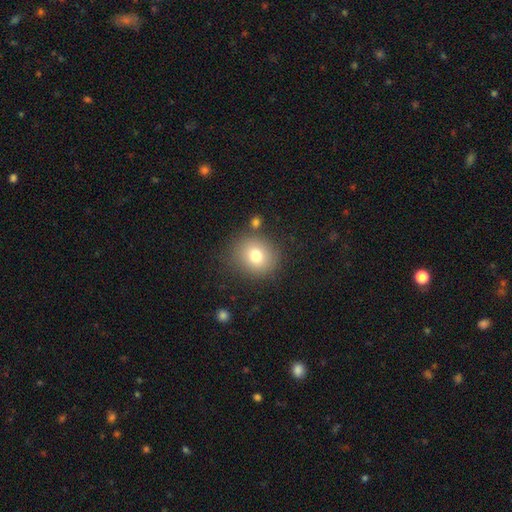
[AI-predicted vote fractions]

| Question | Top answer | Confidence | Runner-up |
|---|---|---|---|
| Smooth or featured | smooth | 75% | star or artifact (13%) |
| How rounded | round | 81% | in between (18%) |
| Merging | none | 81% | minor disturbance (10%) |